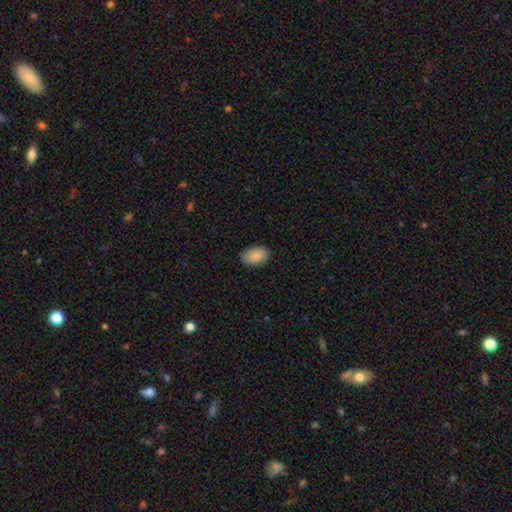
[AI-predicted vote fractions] Smooth or featured: smooth — 88% (star or artifact — 6%)
How rounded: in between — 89% (round — 10%)
Merging: none — 87% (minor disturbance — 10%)